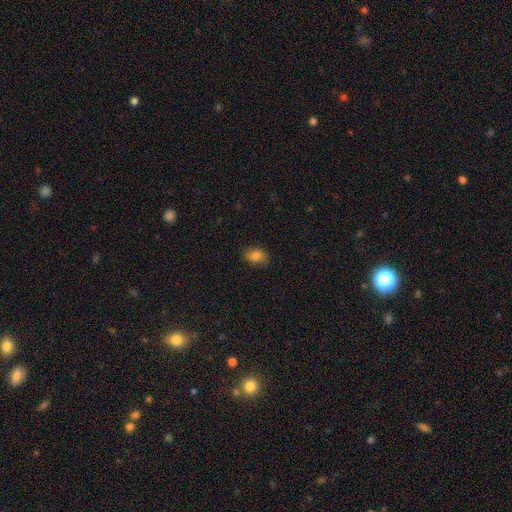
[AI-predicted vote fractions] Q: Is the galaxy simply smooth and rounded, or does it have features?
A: smooth — 82%.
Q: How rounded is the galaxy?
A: in between — 80%.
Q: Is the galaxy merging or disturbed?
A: none — 82%.